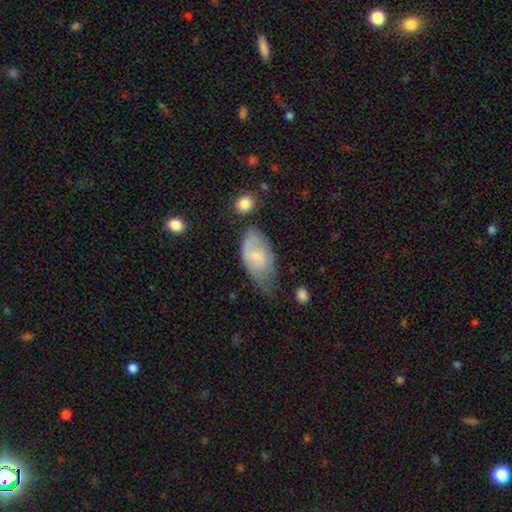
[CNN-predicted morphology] The model was most divided on "merging": minor disturbance: 41%, none: 30%, major disturbance: 25%, merger: 5%. More confident: how rounded — in between (91%); smooth or featured — smooth (60%).